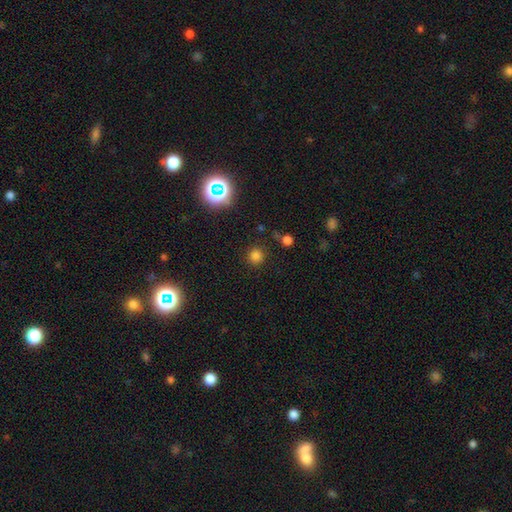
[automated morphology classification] Smooth or featured?
  - smooth: 77% *
  - star or artifact: 19%
  - featured or disk: 5%
How rounded?
  - round: 93% *
  - in between: 6%
  - cigar-shaped: 1%
Merging?
  - none: 86% *
  - minor disturbance: 8%
  - merger: 3%
  - major disturbance: 3%